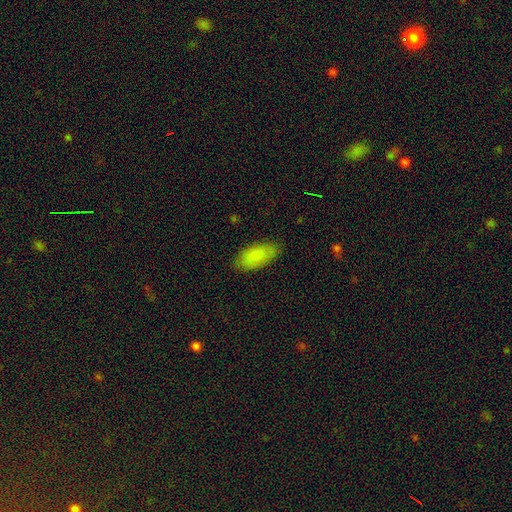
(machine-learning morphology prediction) Smooth or featured?
  - smooth: 86% *
  - featured or disk: 8%
  - star or artifact: 6%
How rounded?
  - in between: 91% *
  - cigar-shaped: 7%
  - round: 2%
Merging?
  - none: 84% *
  - minor disturbance: 12%
  - major disturbance: 3%
  - merger: 1%